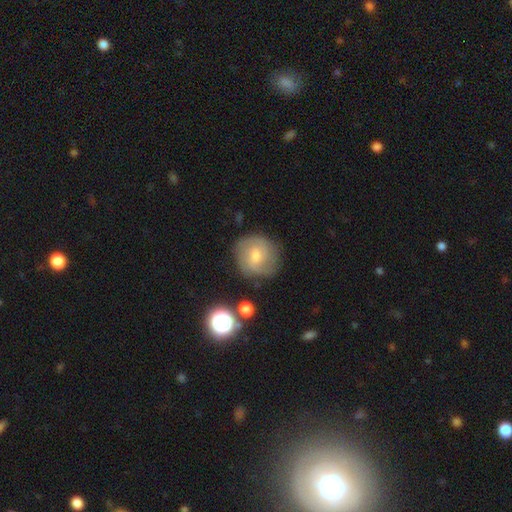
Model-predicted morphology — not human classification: Smooth or featured? Predicted: featured or disk (p=0.46). Merging? Predicted: none (p=0.75).